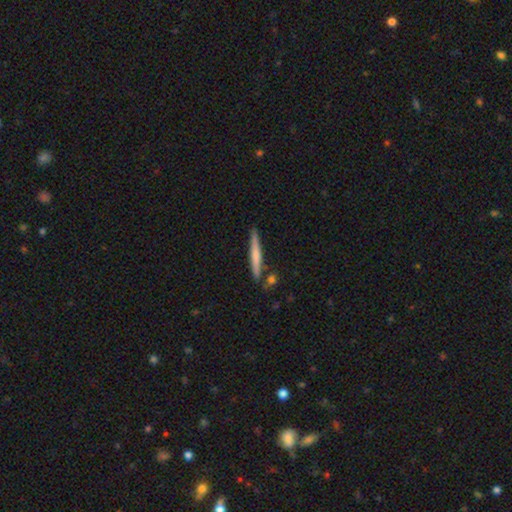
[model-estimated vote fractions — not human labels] Q: Smooth or featured?
A: smooth (57%); runner-up: featured or disk (37%)
Q: How rounded?
A: cigar-shaped (95%); runner-up: in between (3%)
Q: Merging?
A: none (83%); runner-up: minor disturbance (10%)